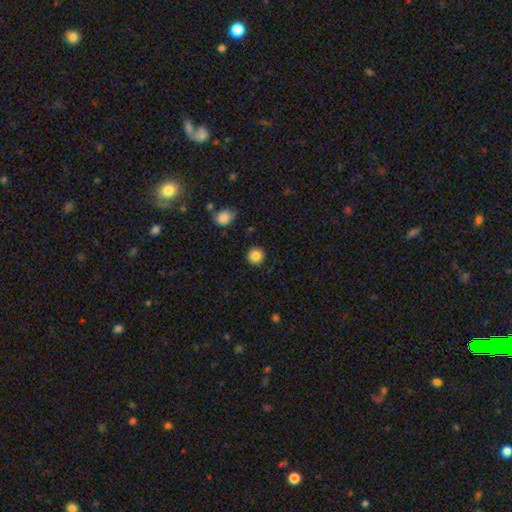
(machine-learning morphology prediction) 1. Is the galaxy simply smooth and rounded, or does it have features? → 85% smooth, 10% star or artifact, 5% featured or disk.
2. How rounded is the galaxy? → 94% round, 5% in between, 1% cigar-shaped.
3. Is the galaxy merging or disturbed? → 91% none, 6% minor disturbance, 2% major disturbance, 1% merger.